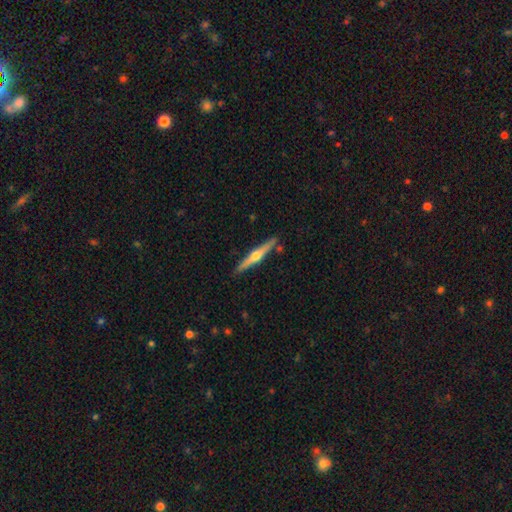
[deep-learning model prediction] A featured or disk galaxy (73%) viewed edge-on (98%) with a rounded central bulge (94%).

Vote fractions:
- Smooth or featured? featured or disk: 73% / smooth: 22% / star or artifact: 5%
- Edge-on disk? yes: 98% / no: 2%
- Edge-on bulge? rounded: 94% / none: 3% / boxy: 3%
- Merging? none: 88% / minor disturbance: 8% / merger: 2% / major disturbance: 1%